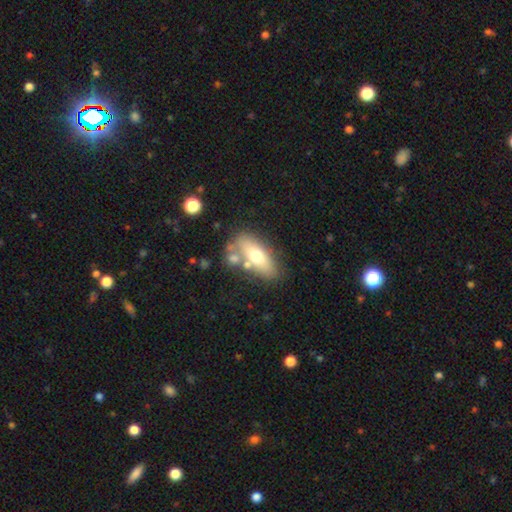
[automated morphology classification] smooth 61%, featured or disk 32%, star or artifact 8%. Down the decision tree: how rounded — in between (75%); merging — none (63%).